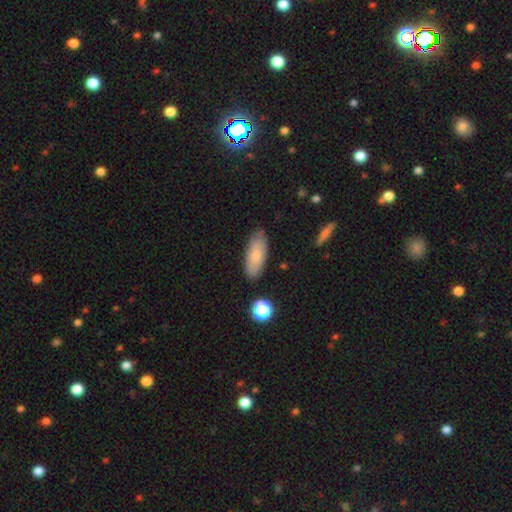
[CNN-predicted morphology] Smooth or featured? smooth (77%)
How rounded? in between (80%)
Merging? none (81%)